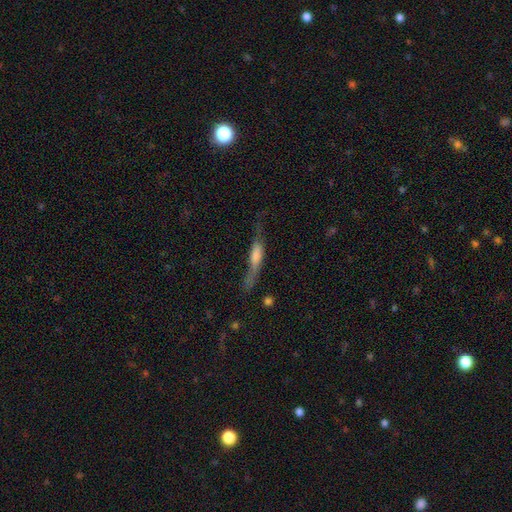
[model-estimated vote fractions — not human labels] A featured or disk galaxy (49%).

Vote fractions:
- Smooth or featured? featured or disk: 49% / smooth: 42% / star or artifact: 9%
- Merging? none: 45% / minor disturbance: 27% / major disturbance: 24% / merger: 4%